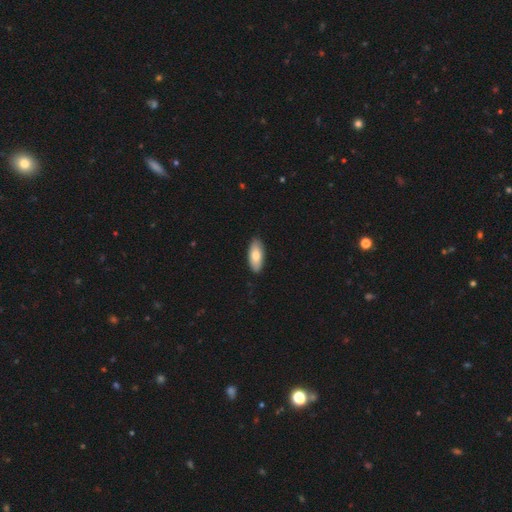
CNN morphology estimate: Overall: smooth (77%). How rounded: in between (86%). Merging: none (89%).